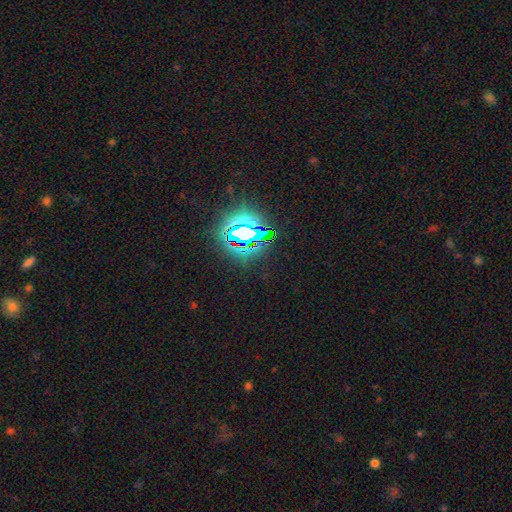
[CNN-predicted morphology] This appears to be a star or artifact, not a galaxy (83%).